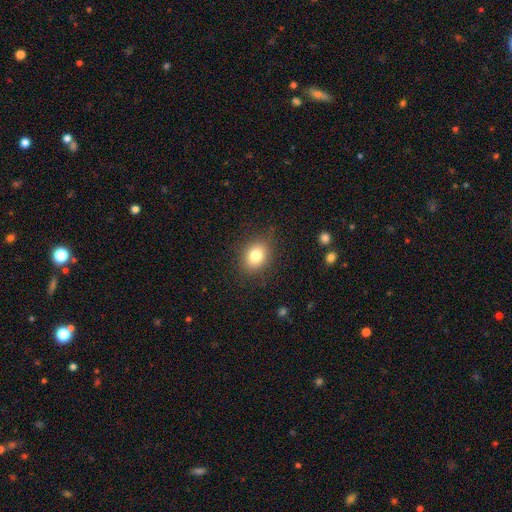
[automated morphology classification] smooth-or-featured: smooth: 80% | star or artifact: 11% | featured or disk: 10%
  how-rounded: in between: 53% | round: 46% | cigar-shaped: 1%
  merging: none: 85% | minor disturbance: 11% | major disturbance: 3% | merger: 1%